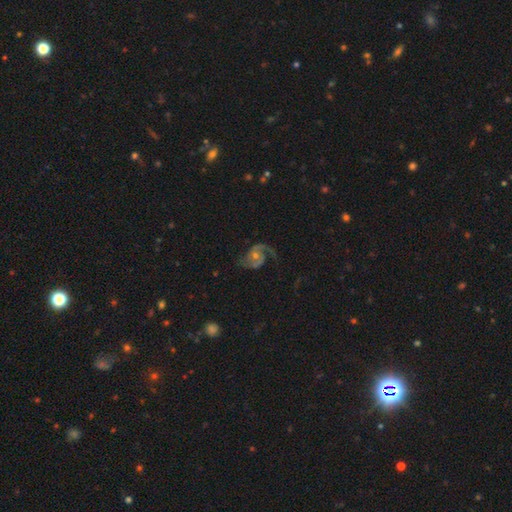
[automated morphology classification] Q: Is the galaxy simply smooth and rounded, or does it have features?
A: featured or disk — 87%.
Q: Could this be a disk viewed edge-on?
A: no — 98%.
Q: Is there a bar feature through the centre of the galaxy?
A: no — 65%.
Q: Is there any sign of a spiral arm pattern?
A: yes — 97%.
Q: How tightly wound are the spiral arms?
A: medium — 54%.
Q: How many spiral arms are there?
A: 2 — 88%.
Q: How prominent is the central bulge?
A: small — 47%, tied with moderate.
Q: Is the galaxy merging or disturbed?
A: none — 69%.